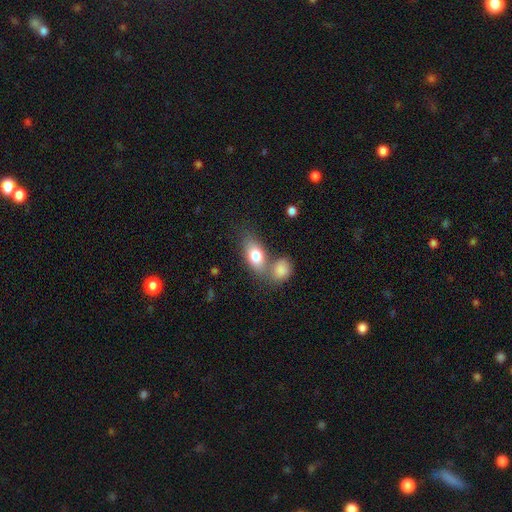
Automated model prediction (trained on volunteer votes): Q: Smooth or featured?
A: smooth (77%); runner-up: featured or disk (16%)
Q: How rounded?
A: in between (84%); runner-up: round (10%)
Q: Merging?
A: none (46%); runner-up: merger (38%)